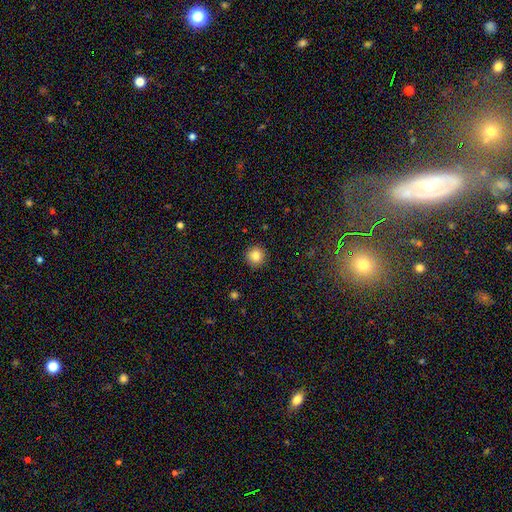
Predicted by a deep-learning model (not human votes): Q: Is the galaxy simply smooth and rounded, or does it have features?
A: smooth — 84%.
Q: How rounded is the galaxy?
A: round — 94%.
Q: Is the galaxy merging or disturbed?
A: none — 92%.